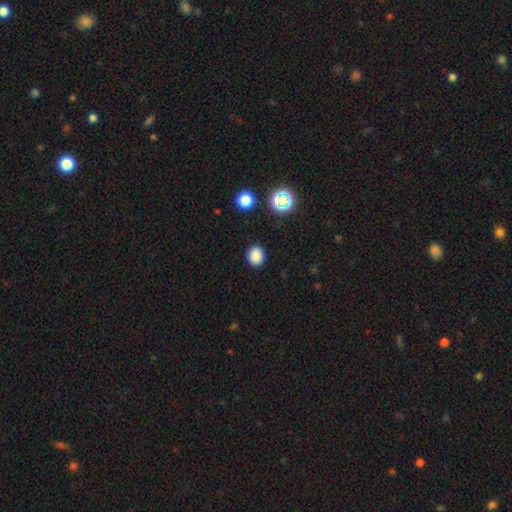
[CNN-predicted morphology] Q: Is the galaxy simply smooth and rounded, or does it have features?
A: smooth — 84%.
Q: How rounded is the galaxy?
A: round — 66%.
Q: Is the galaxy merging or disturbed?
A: none — 89%.